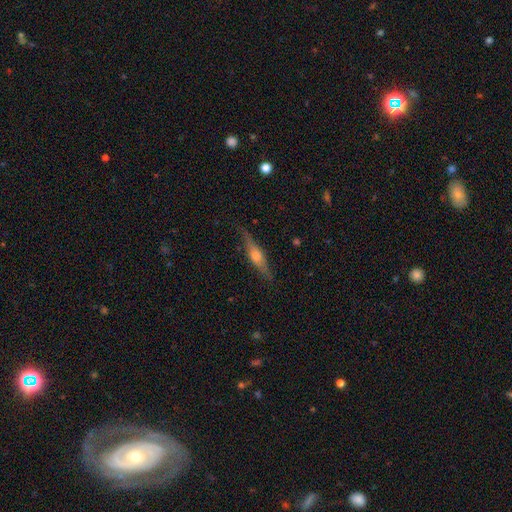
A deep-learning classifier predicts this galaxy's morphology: This is likely a featured or disk galaxy (68%). It is clearly viewed edge-on (95%). Edge-on bulge: clearly rounded (89%). Merging: clearly none (83%).